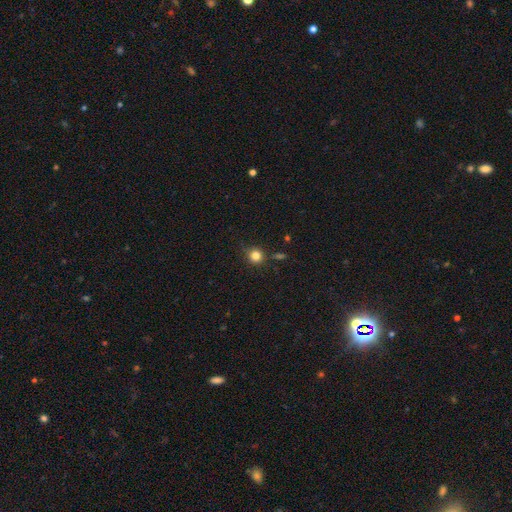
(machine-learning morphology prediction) smooth 82%, star or artifact 13%, featured or disk 5%. Down the decision tree: how rounded — round (92%); merging — none (81%).